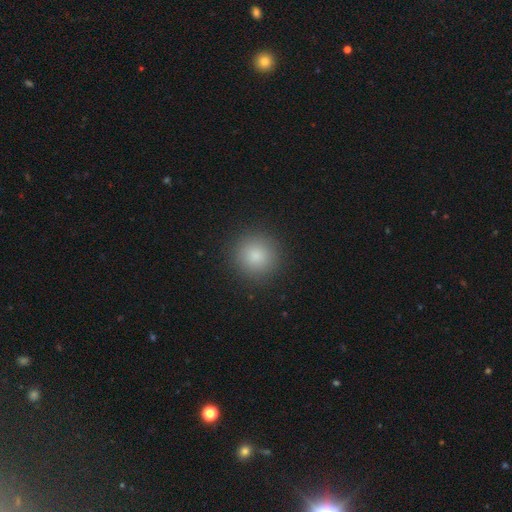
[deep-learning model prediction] Smooth or featured? smooth (84%)
How rounded? round (94%)
Merging? none (91%)